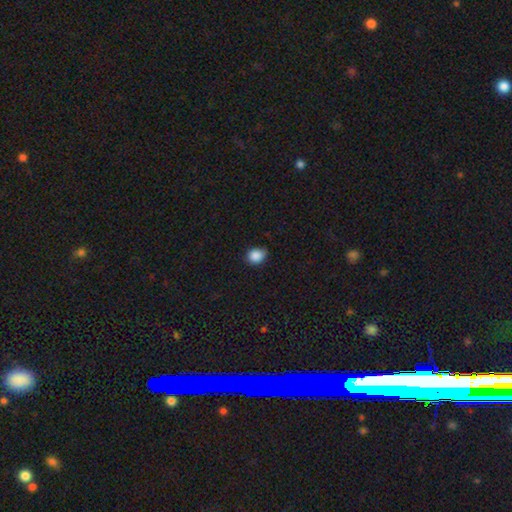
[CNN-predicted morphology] smooth_or_featured: smooth (p=0.87) [alt: star or artifact p=0.09]
how_rounded: round (p=0.66) [alt: in between p=0.33]
merging: none (p=0.65) [alt: minor disturbance p=0.29]